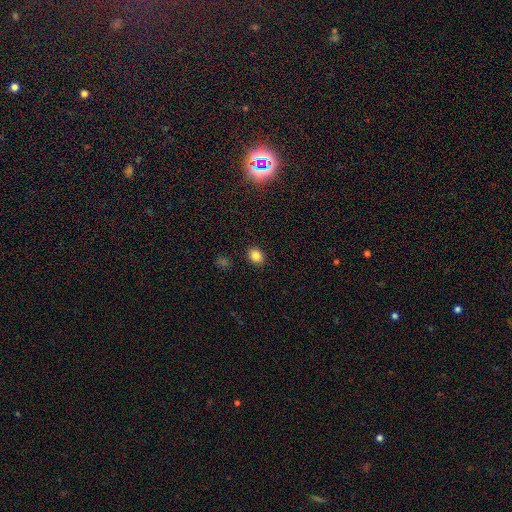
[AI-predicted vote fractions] smooth 84%, star or artifact 11%, featured or disk 5%. Down the decision tree: how rounded — in between (52%); merging — none (89%).